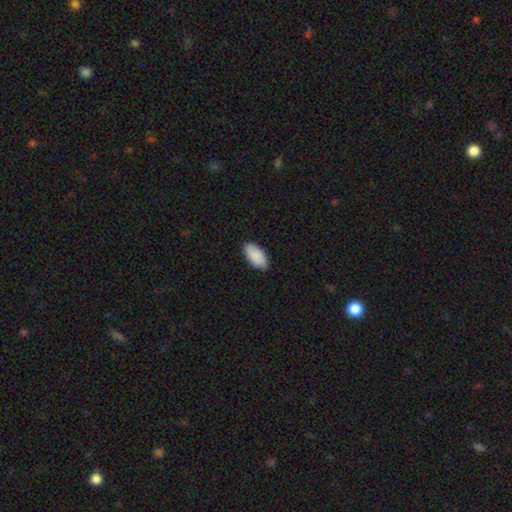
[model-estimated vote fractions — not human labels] smooth 90%, star or artifact 6%, featured or disk 4%. Down the decision tree: how rounded — in between (95%); merging — none (86%).